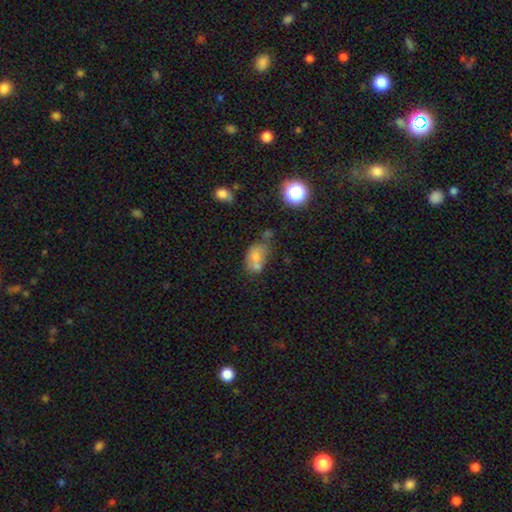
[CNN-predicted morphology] Overall: smooth (65%). How rounded: in between (81%). Merging: merger (39%; none 35%).